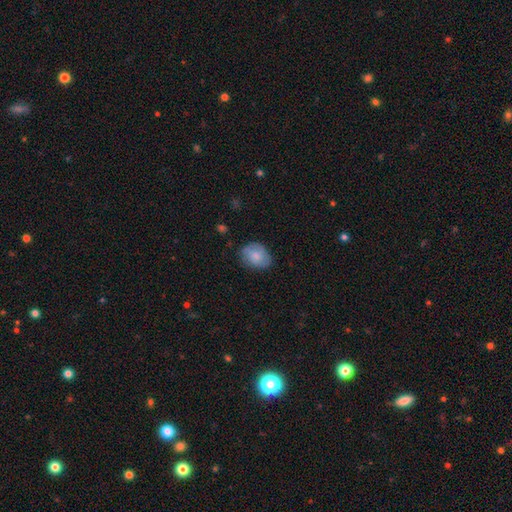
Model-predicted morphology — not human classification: smooth_or_featured: smooth (p=0.74) [alt: featured or disk p=0.19]
how_rounded: in between (p=0.67) [alt: round p=0.32]
merging: none (p=0.72) [alt: minor disturbance p=0.22]